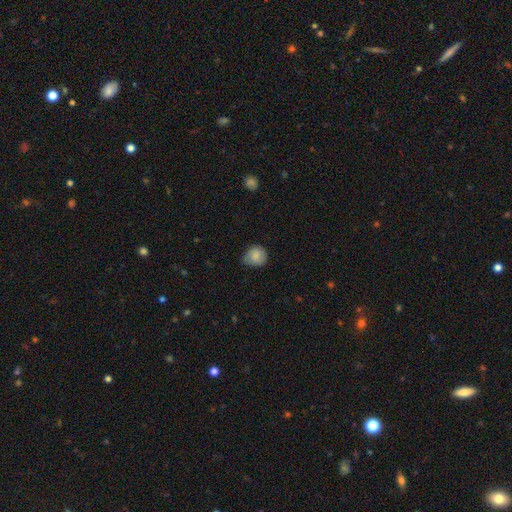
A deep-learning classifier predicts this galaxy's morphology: smooth 83%, featured or disk 9%, star or artifact 8%. Down the decision tree: how rounded — round (76%); merging — none (57%).